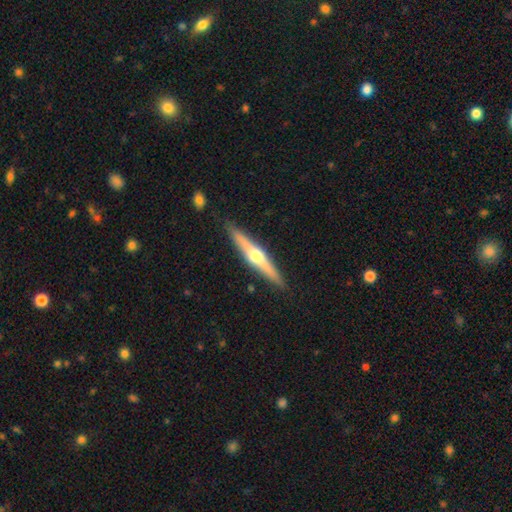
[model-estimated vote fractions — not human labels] A featured or disk galaxy (67%) viewed edge-on (97%) with a rounded central bulge (93%).

Vote fractions:
- Smooth or featured? featured or disk: 67% / smooth: 28% / star or artifact: 5%
- Edge-on disk? yes: 97% / no: 3%
- Edge-on bulge? rounded: 93% / none: 4% / boxy: 3%
- Merging? none: 90% / minor disturbance: 7% / major disturbance: 1% / merger: 1%